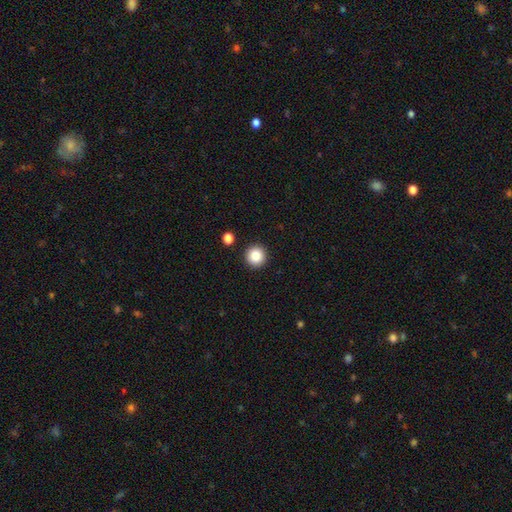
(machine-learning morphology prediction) Smooth or featured? Predicted: smooth (p=0.86). How rounded? Predicted: round (p=0.96). Merging? Predicted: none (p=0.92).